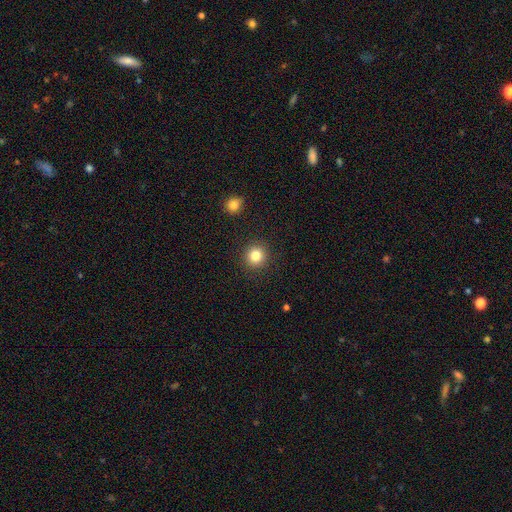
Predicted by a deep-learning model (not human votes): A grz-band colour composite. It shows a smooth galaxy with no disk features (83%) that is round (92%). Merging: none (90%).